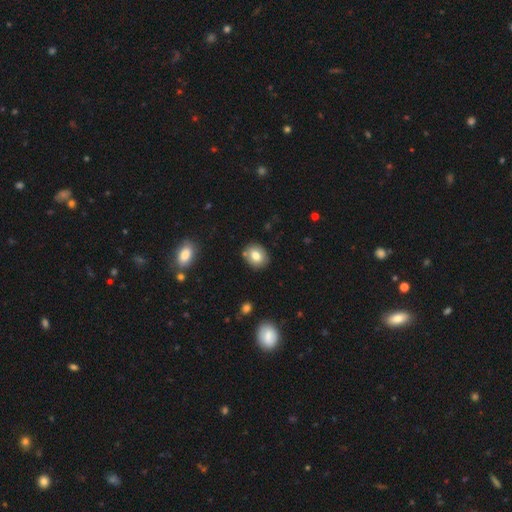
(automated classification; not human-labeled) Smooth or featured?
  - smooth: 77% *
  - featured or disk: 14%
  - star or artifact: 9%
How rounded?
  - round: 58% *
  - in between: 41%
  - cigar-shaped: 1%
Merging?
  - none: 83% *
  - minor disturbance: 11%
  - merger: 4%
  - major disturbance: 2%